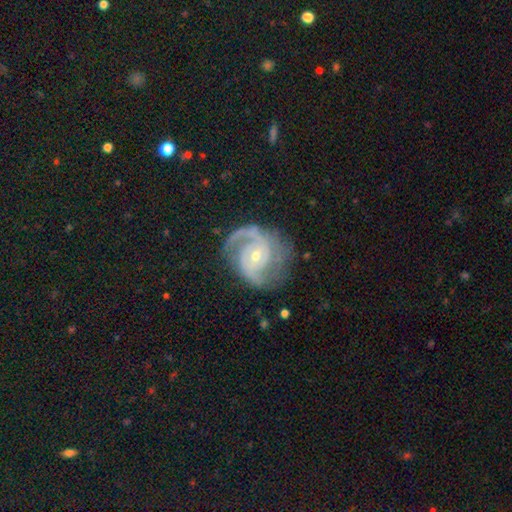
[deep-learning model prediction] Smooth or featured: featured or disk — 90% (smooth — 5%)
Edge-on disk: no — 98% (yes — 2%)
Bar: no — 58% (weak — 32%)
Spiral arms: yes — 97% (no — 3%)
Spiral winding: tight — 45% (medium — 44%)
Spiral arm count: 2 — 67% (3 — 12%)
Bulge size: small — 57% (moderate — 40%)
Merging: none — 67% (minor disturbance — 19%)